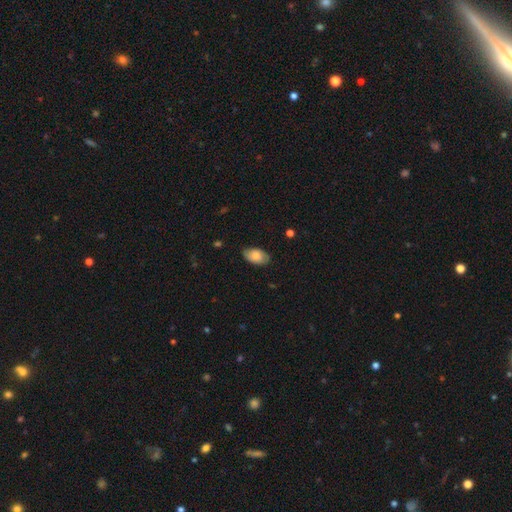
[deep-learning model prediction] smooth 75%, featured or disk 18%, star or artifact 7%. Down the decision tree: how rounded — in between (94%); merging — none (81%).